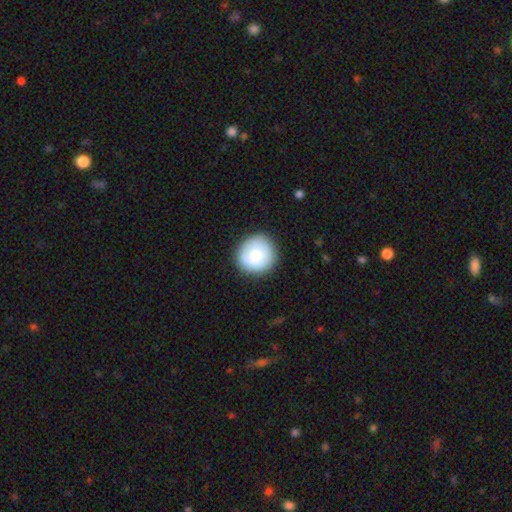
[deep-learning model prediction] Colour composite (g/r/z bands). It shows a smooth galaxy with no disk features (81%) that is round (92%). Merging: none (87%).